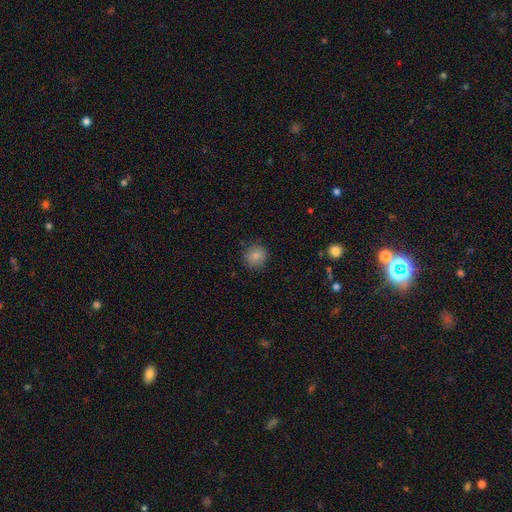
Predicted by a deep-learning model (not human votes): This is clearly a smooth galaxy (84%). How rounded: clearly round (92%). Merging: clearly none (88%).